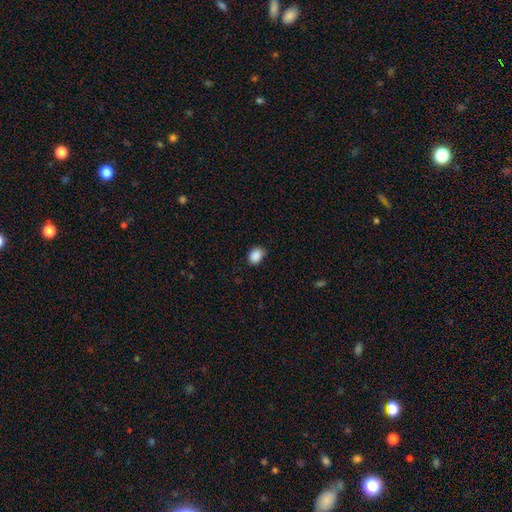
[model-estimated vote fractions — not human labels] smooth-or-featured: smooth: 88% | star or artifact: 9% | featured or disk: 3%
  how-rounded: in between: 61% | round: 38% | cigar-shaped: 1%
  merging: none: 72% | minor disturbance: 23% | major disturbance: 4% | merger: 1%